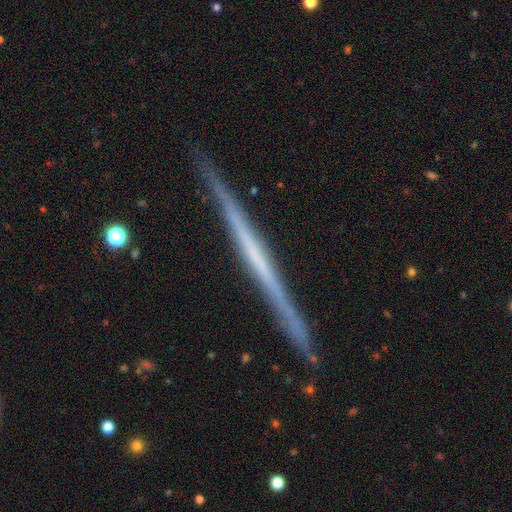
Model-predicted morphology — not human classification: featured or disk 73%, smooth 22%, star or artifact 5%. Down the decision tree: edge-on disk — yes (98%); edge-on bulge — none (87%); merging — none (91%).